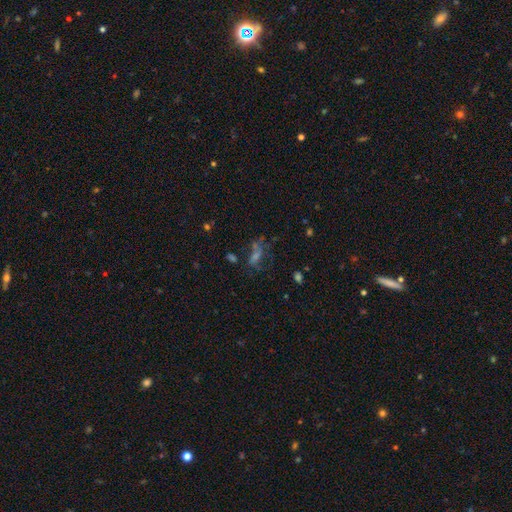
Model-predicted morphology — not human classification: Smooth or featured: featured or disk — 36% (star or artifact — 35%)
Merging: none — 45% (major disturbance — 26%)